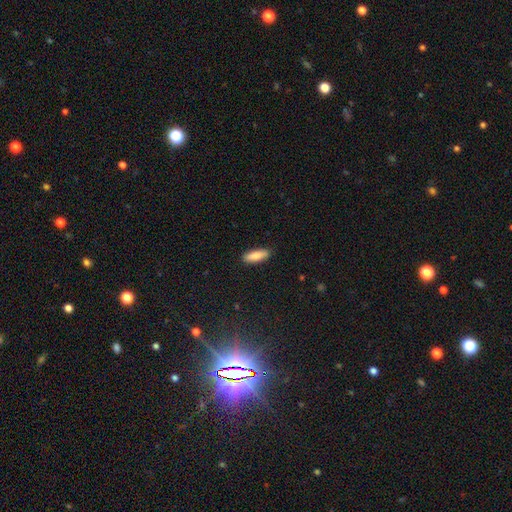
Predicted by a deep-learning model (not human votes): Morphology: type=smooth (85%); roundness=in between (54%); merging=none (89%).